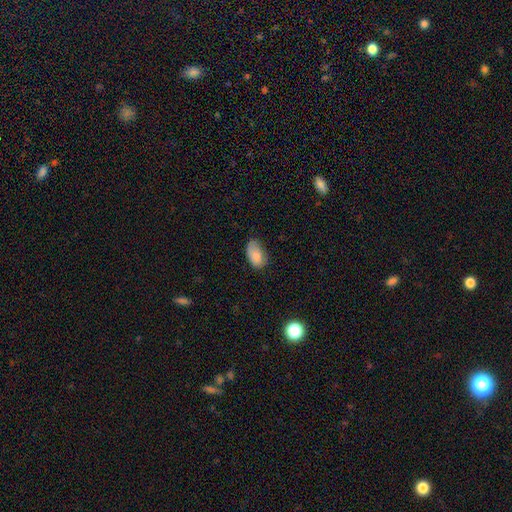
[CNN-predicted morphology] The model was most divided on "merging": none: 52%, minor disturbance: 36%, major disturbance: 10%, merger: 2%. More confident: how rounded — in between (92%); smooth or featured — smooth (80%).